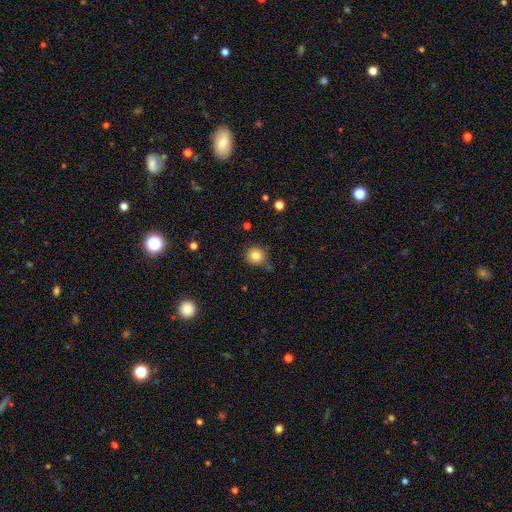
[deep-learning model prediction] Smooth or featured? Predicted: smooth (p=0.82). How rounded? Predicted: round (p=0.93). Merging? Predicted: none (p=0.82).